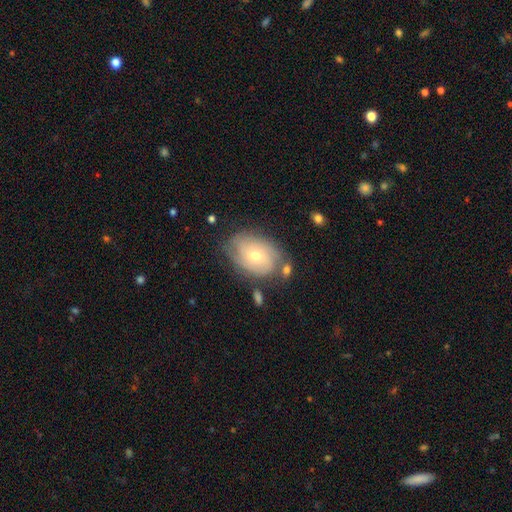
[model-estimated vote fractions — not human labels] Smooth or featured? featured or disk (63%)
Edge-on disk? no (95%)
Bar? no (69%)
Spiral arms? yes (85%)
Spiral winding? tight (62%)
Spiral arm count? can't tell (43%)
Bulge size? moderate (51%)
Merging? none (67%)